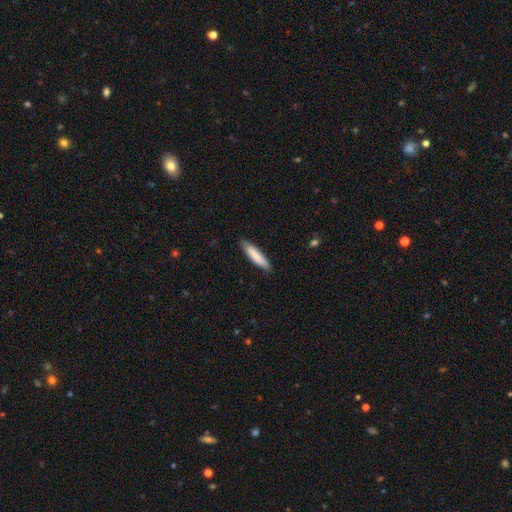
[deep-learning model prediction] Morphology: type=smooth (85%); roundness=cigar-shaped (83%); merging=none (87%).